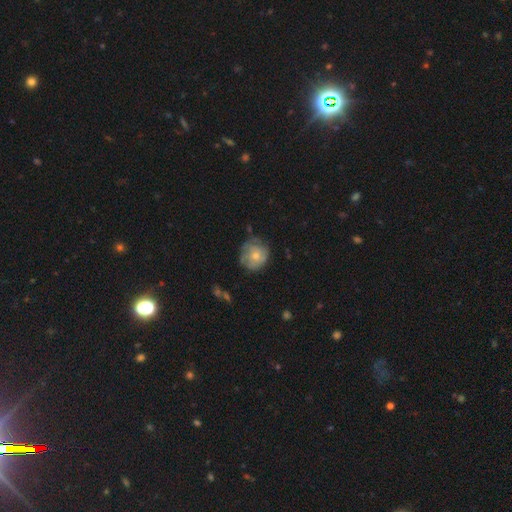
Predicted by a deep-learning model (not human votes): Overall: smooth (56%; featured or disk 37%). How rounded: round (85%). Merging: none (63%; minor disturbance 26%).